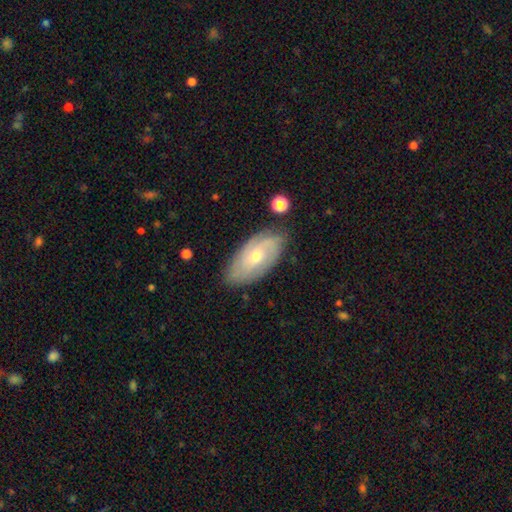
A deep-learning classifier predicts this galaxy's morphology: Smooth or featured? Predicted: featured or disk (p=0.62). Edge-on disk? Predicted: no (p=0.91). Bar? Predicted: no (p=0.72). Spiral arms? Predicted: yes (p=0.83). Bulge size? Predicted: small (p=0.53). Merging? Predicted: none (p=0.77).